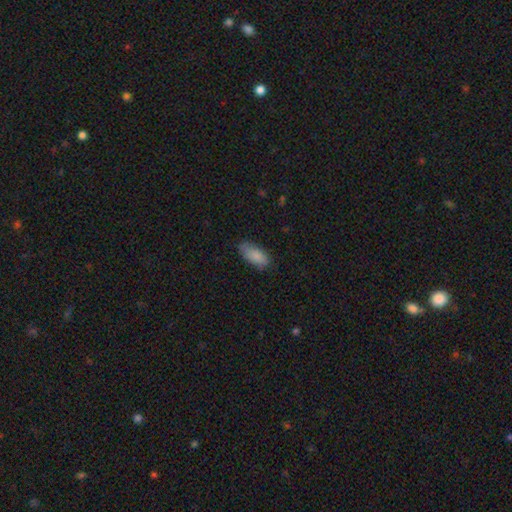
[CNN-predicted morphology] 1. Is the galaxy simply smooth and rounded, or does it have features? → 85% smooth, 8% featured or disk, 7% star or artifact.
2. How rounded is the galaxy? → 87% in between, 11% cigar-shaped, 2% round.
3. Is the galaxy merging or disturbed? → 69% none, 25% minor disturbance, 5% major disturbance, 1% merger.